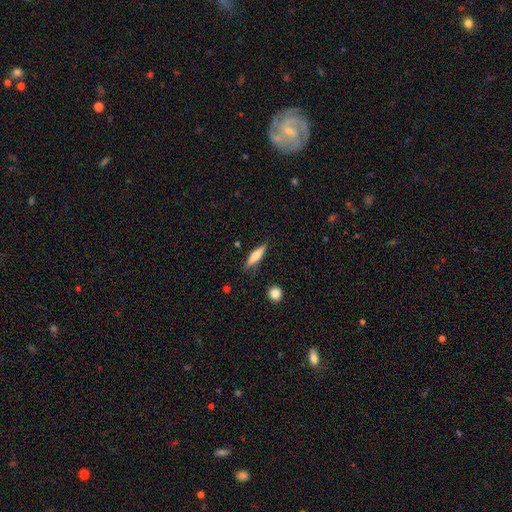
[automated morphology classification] smooth-or-featured: smooth: 54% | featured or disk: 39% | star or artifact: 6%
  how-rounded: cigar-shaped: 70% | in between: 27% | round: 3%
  merging: none: 84% | minor disturbance: 12% | major disturbance: 3% | merger: 2%